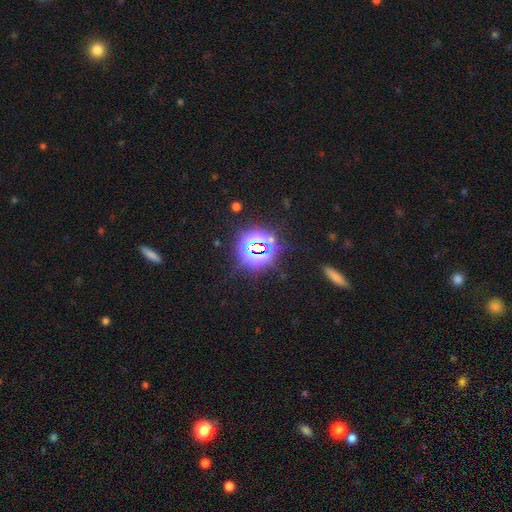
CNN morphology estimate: This appears to be a star or artifact, not a galaxy (76%).